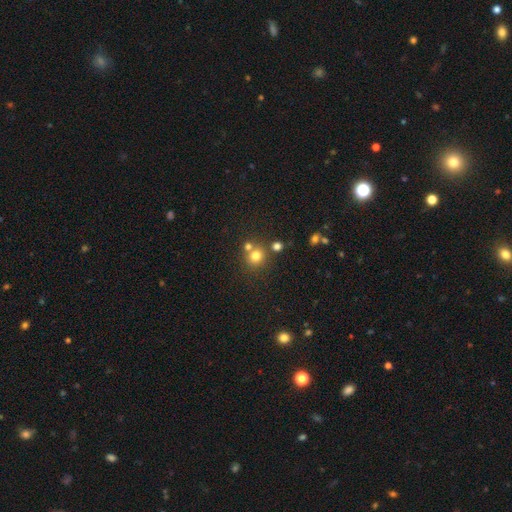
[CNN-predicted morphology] Smooth or featured? Predicted: smooth (p=0.75). How rounded? Predicted: round (p=0.87). Merging? Predicted: none (p=0.64).